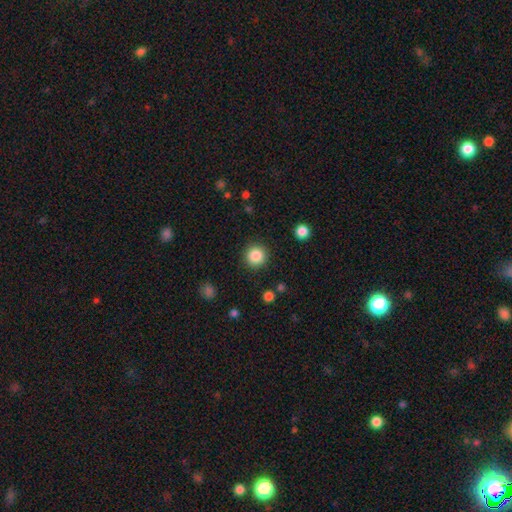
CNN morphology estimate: smooth-or-featured: smooth: 86% | star or artifact: 10% | featured or disk: 4%
  how-rounded: round: 95% | in between: 4% | cigar-shaped: 1%
  merging: none: 90% | minor disturbance: 6% | major disturbance: 3% | merger: 1%